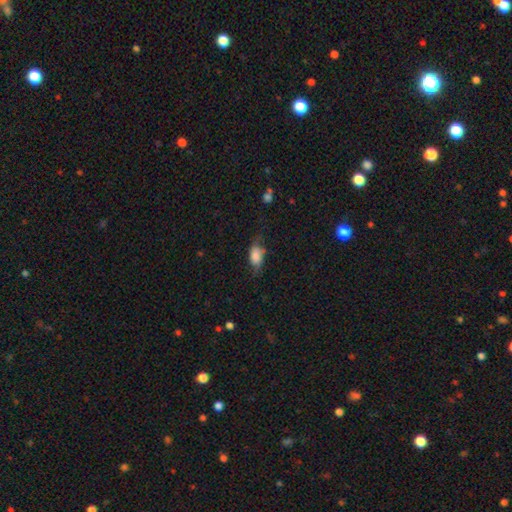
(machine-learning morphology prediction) This is likely a smooth galaxy (78%). How rounded: clearly in between (88%). Merging: possibly none (50%).